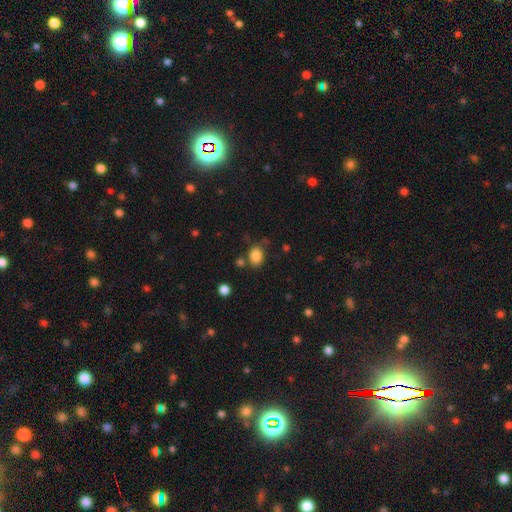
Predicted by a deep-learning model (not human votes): Smooth or featured? smooth (84%)
How rounded? round (50%)
Merging? none (72%)